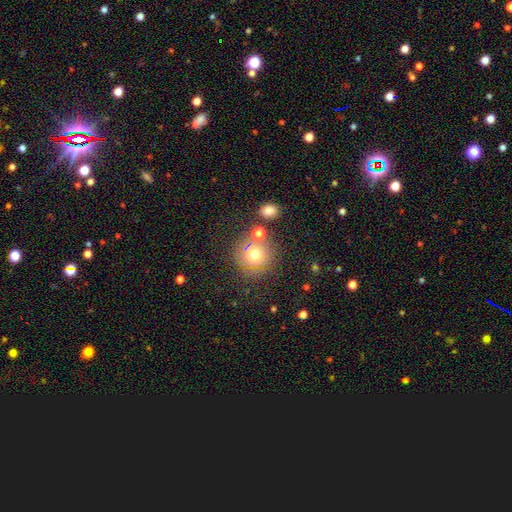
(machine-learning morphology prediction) This appears to be a smooth galaxy with no disk features (57%) that is round (92%). Merging: none (73%).